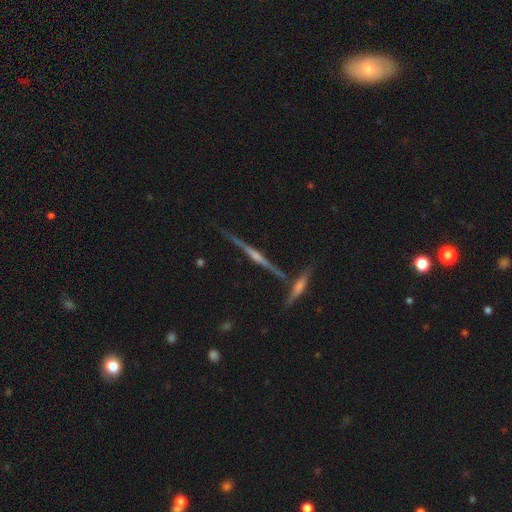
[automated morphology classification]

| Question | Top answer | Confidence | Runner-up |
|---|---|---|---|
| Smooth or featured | featured or disk | 85% | star or artifact (8%) |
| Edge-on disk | yes | 98% | no (2%) |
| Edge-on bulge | rounded | 81% | none (11%) |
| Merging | none | 81% | merger (8%) |